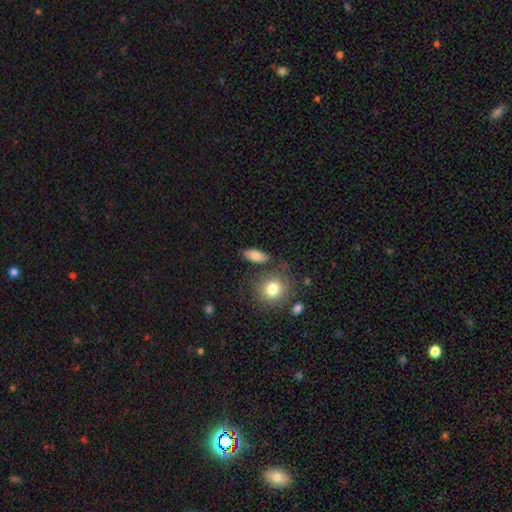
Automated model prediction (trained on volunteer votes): This appears to be a smooth galaxy with no disk features (82%) that is in between round and cigar-shaped (75%). Merging: none (78%).